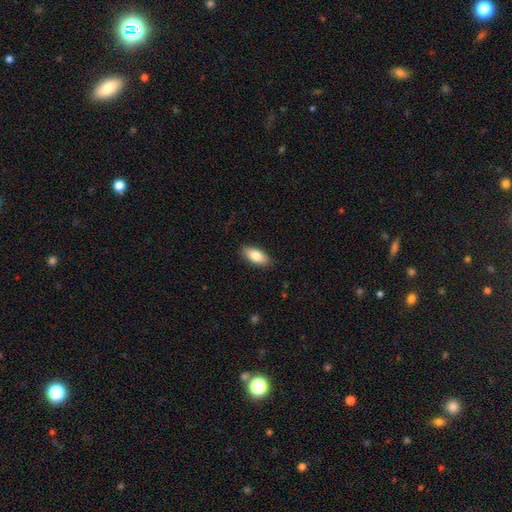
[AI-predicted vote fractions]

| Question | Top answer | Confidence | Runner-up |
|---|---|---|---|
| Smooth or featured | smooth | 83% | featured or disk (11%) |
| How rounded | in between | 86% | cigar-shaped (11%) |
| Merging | none | 88% | minor disturbance (9%) |